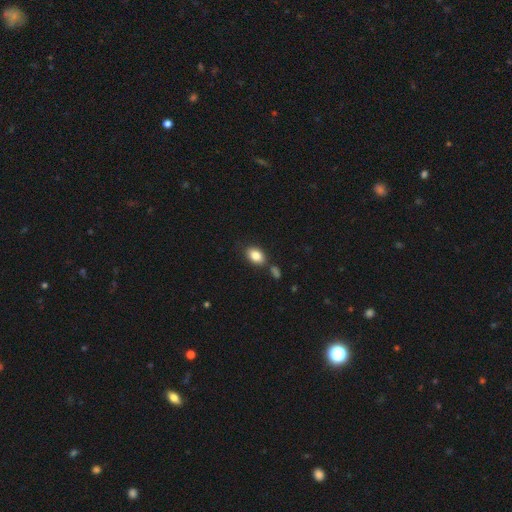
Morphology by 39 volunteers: type=smooth (87%); roundness=in between (97%); merging=none (89%).